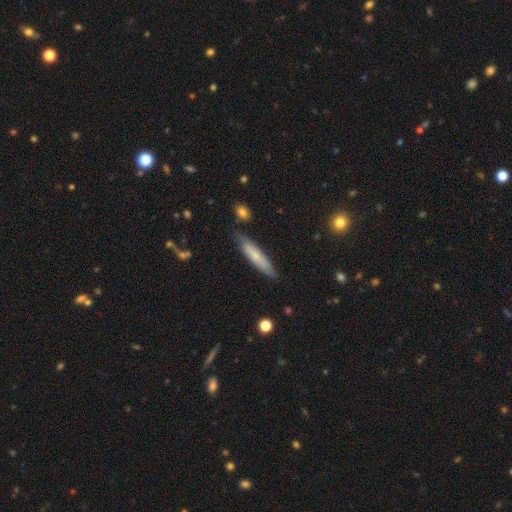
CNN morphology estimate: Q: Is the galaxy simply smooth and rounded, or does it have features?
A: smooth — 64%.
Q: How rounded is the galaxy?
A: cigar-shaped — 88%.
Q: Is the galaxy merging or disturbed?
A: none — 81%.